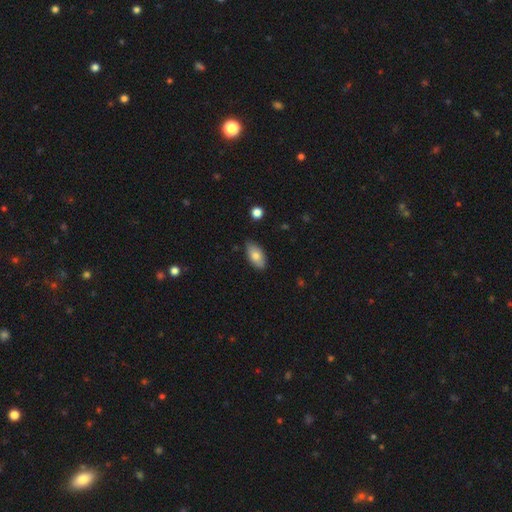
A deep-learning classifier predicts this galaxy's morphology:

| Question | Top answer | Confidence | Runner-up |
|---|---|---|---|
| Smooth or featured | smooth | 78% | featured or disk (16%) |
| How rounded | in between | 92% | cigar-shaped (4%) |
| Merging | none | 80% | minor disturbance (16%) |